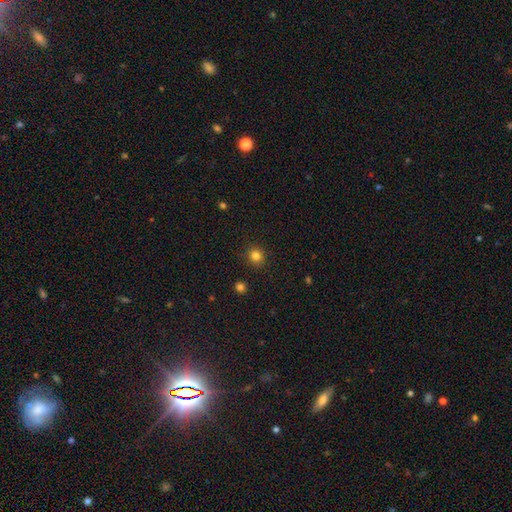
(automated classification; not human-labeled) Smooth or featured? Predicted: smooth (p=0.82). How rounded? Predicted: round (p=0.92). Merging? Predicted: none (p=0.91).